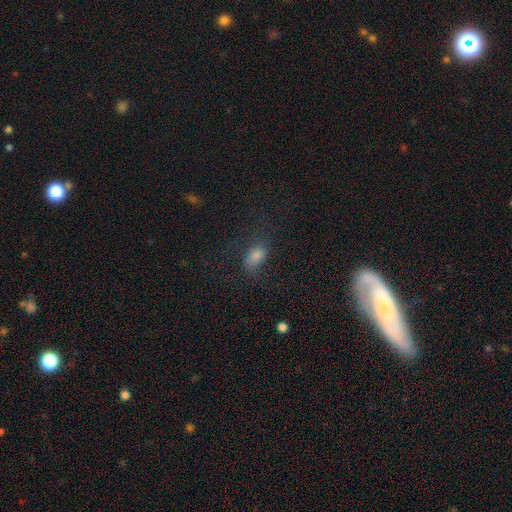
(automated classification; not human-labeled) This is likely a smooth galaxy (65%). How rounded: clearly in between (82%). Merging: possibly none (58%).